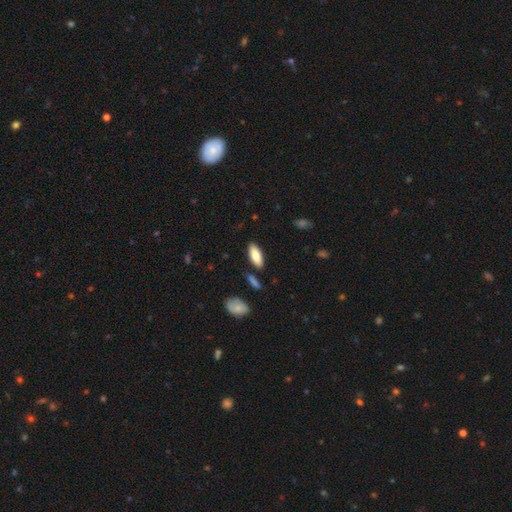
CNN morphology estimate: Smooth or featured? Predicted: smooth (p=0.83). How rounded? Predicted: in between (p=0.81). Merging? Predicted: none (p=0.84).